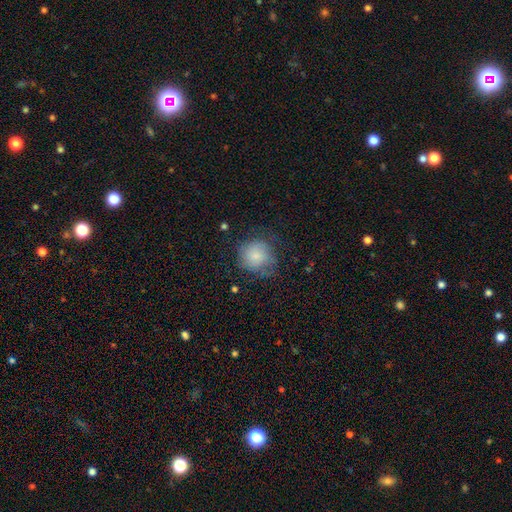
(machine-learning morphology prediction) A smooth galaxy with no disk features (78%) that is round (89%).

Vote fractions:
- Smooth or featured? smooth: 78% / featured or disk: 14% / star or artifact: 8%
- How rounded? round: 89% / in between: 10% / cigar-shaped: 1%
- Merging? none: 62% / minor disturbance: 25% / major disturbance: 12% / merger: 1%